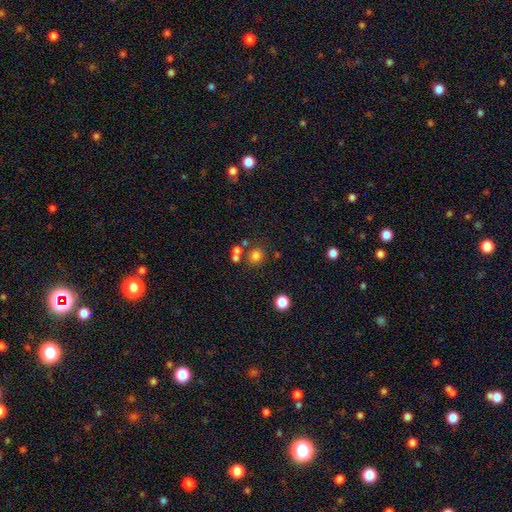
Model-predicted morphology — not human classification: Overall: smooth (76%). How rounded: round (80%). Merging: none (69%).